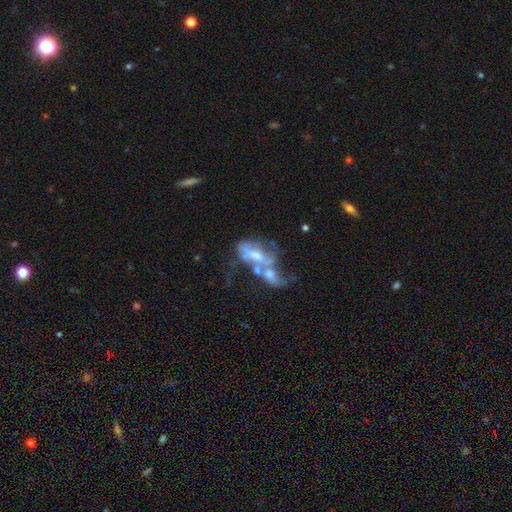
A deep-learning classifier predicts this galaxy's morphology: Smooth or featured? Predicted: featured or disk (p=0.63). Edge-on disk? Predicted: no (p=0.93). Bar? Predicted: no (p=0.64). Spiral arms? Predicted: no (p=0.64). Bulge size? Predicted: moderate (p=0.48). Merging? Predicted: merger (p=0.60).